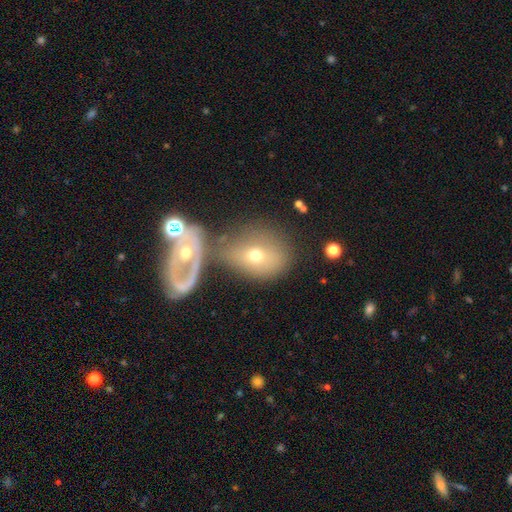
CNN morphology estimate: The model was most divided on "merging": merger: 39%, none: 35%, minor disturbance: 14%, major disturbance: 12%. More confident: how rounded — in between (62%); smooth or featured — smooth (52%).